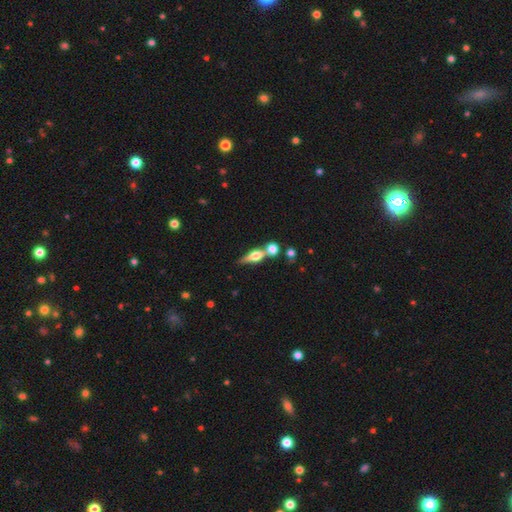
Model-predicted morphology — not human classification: The model was most divided on "merging": none: 49%, merger: 35%, minor disturbance: 10%, major disturbance: 6%. More confident: edge-on disk — yes (89%); smooth or featured — featured or disk (56%).